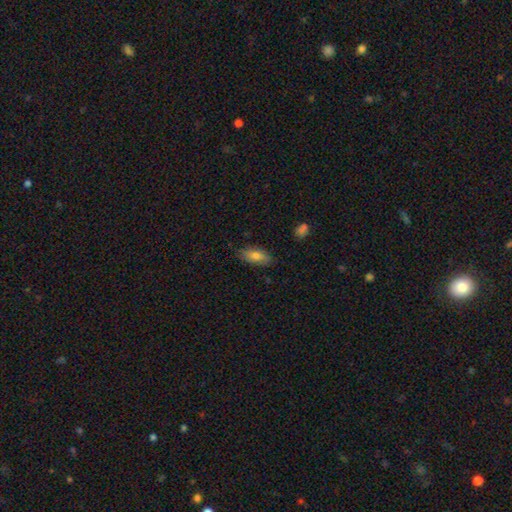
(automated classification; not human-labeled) This is likely a smooth galaxy (75%). How rounded: clearly in between (86%). Merging: likely none (77%).